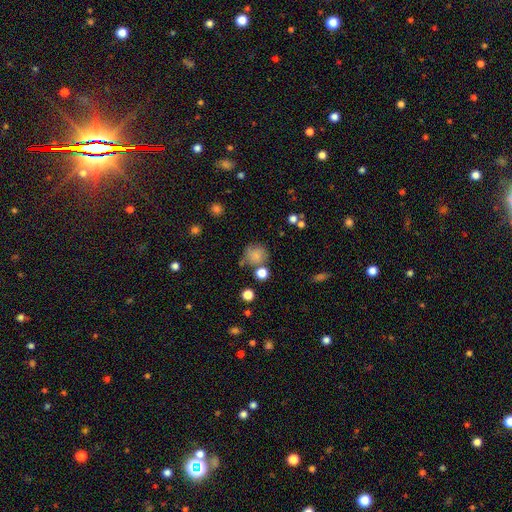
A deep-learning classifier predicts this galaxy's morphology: Smooth or featured: smooth — 78% (star or artifact — 12%)
How rounded: round — 85% (in between — 14%)
Merging: none — 61% (minor disturbance — 18%)